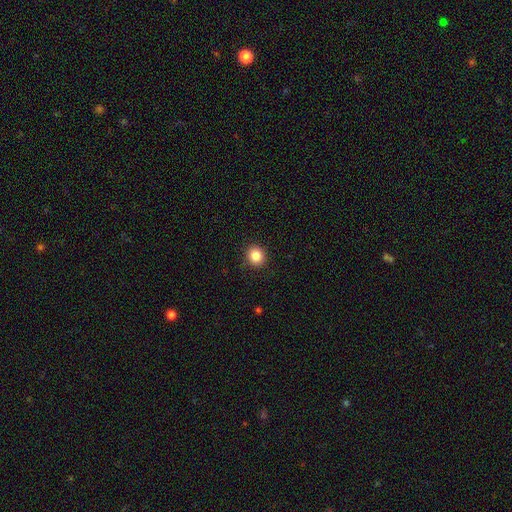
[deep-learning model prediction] Morphology: type=smooth (85%); roundness=round (87%); merging=none (92%).